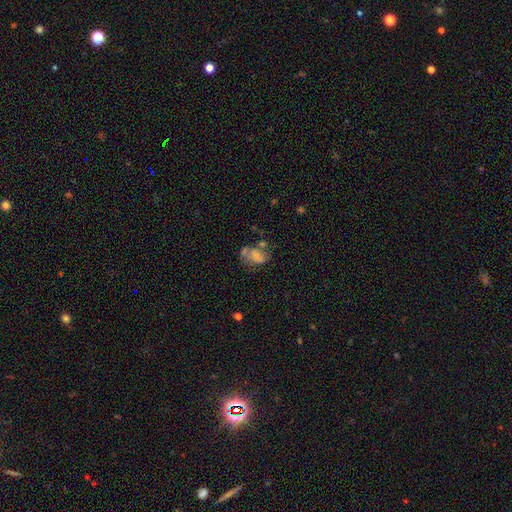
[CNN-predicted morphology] smooth-or-featured: smooth: 52% | featured or disk: 36% | star or artifact: 12%
  how-rounded: in between: 79% | round: 20% | cigar-shaped: 2%
  merging: none: 35% | minor disturbance: 25% | major disturbance: 23% | merger: 18%